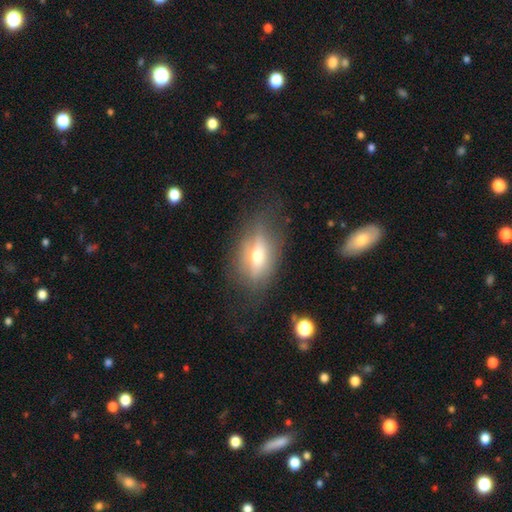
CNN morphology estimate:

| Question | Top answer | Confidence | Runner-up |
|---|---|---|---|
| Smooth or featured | featured or disk | 48% | smooth (43%) |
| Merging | none | 63% | minor disturbance (22%) |